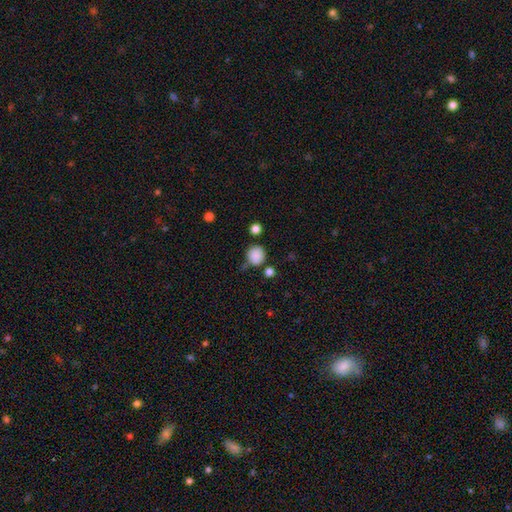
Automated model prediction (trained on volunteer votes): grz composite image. It shows a smooth galaxy with no disk features (86%) that is round (84%). Merging: none (73%).